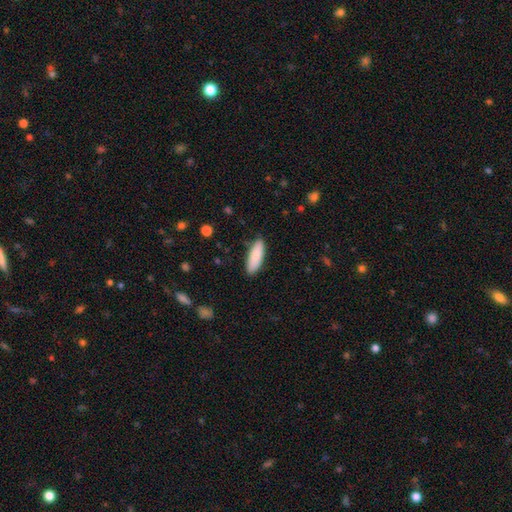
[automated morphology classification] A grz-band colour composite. It shows a smooth galaxy with no disk features (85%) that is in between round and cigar-shaped (56%). Merging: none (86%).